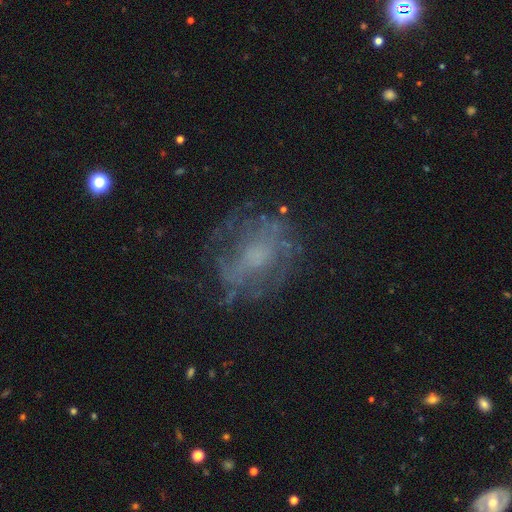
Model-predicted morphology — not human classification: The model was most divided on "bulge size": moderate: 31%, small: 30%, none: 30%, large: 7%, dominant: 2%. More confident: edge-on disk — no (96%); bar — no (70%); merging — none (64%); smooth or featured — featured or disk (62%); spiral arms — yes (51%).